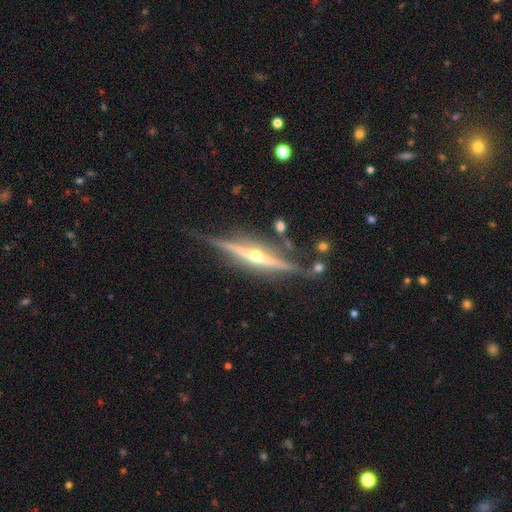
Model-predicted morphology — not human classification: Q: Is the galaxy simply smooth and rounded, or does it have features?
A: featured or disk — 87%.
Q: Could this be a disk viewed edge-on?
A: yes — 97%.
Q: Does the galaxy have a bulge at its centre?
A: rounded — 92%.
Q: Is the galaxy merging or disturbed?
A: none — 81%.